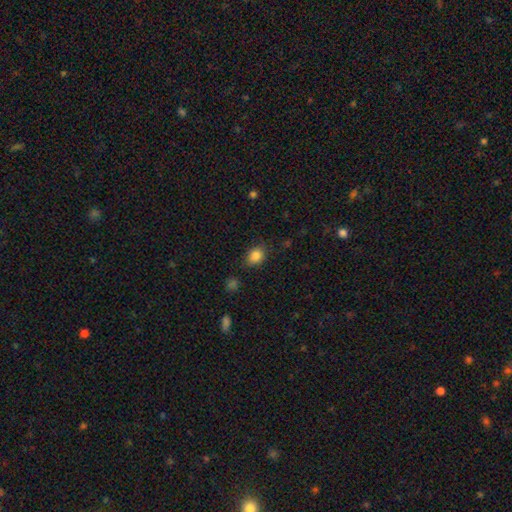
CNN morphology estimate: Smooth or featured? smooth (85%)
How rounded? in between (55%)
Merging? none (79%)